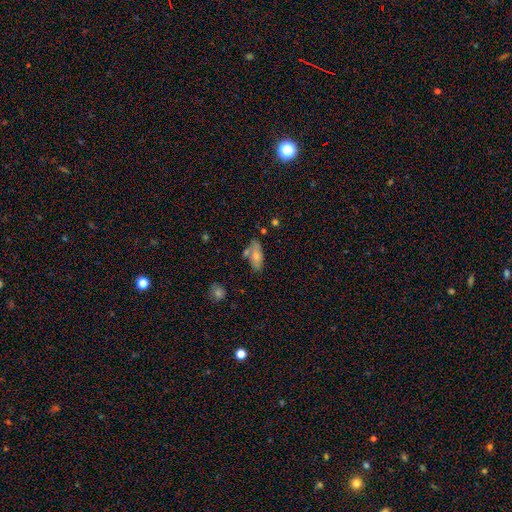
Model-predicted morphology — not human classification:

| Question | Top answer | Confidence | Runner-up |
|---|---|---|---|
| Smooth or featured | smooth | 69% | featured or disk (24%) |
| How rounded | in between | 84% | cigar-shaped (13%) |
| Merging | none | 55% | minor disturbance (21%) |